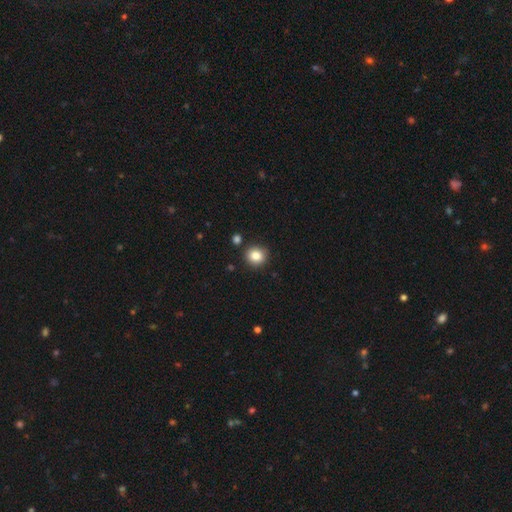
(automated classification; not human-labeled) Smooth or featured? smooth (85%)
How rounded? round (90%)
Merging? none (88%)